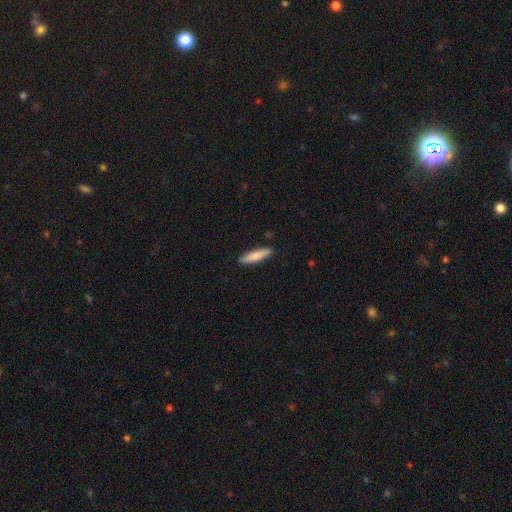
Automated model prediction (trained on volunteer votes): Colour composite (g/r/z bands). It shows a smooth galaxy with no disk features (82%) that is cigar-shaped (78%). Merging: none (90%).